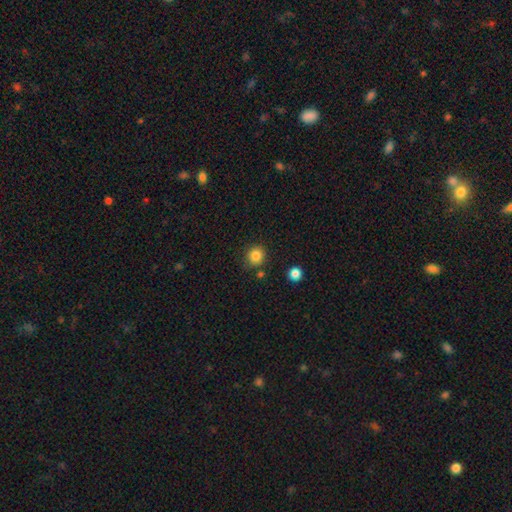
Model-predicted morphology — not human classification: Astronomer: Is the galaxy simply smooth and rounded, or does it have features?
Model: smooth — 85%.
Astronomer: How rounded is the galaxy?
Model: round — 89%.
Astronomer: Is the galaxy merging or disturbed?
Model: none — 83%.